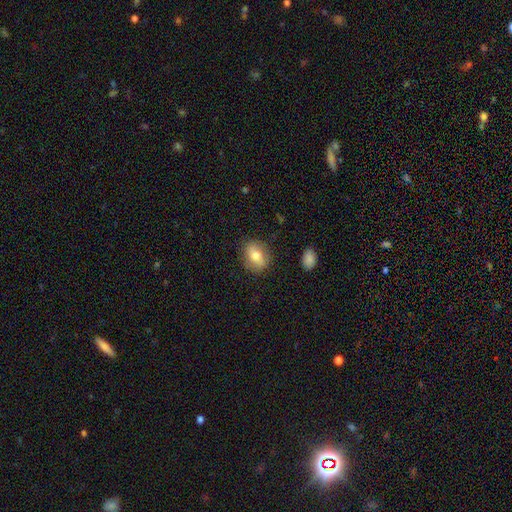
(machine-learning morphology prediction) Overall: smooth (68%). How rounded: in between (60%; round 38%). Merging: none (81%).